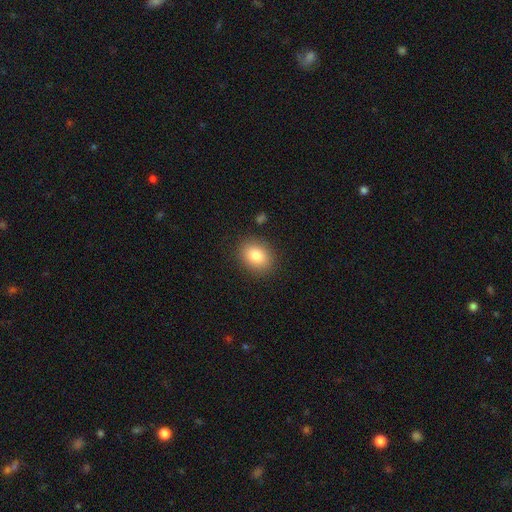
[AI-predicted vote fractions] Q: Smooth or featured?
A: smooth (82%); runner-up: star or artifact (9%)
Q: How rounded?
A: in between (50%); runner-up: round (49%)
Q: Merging?
A: none (87%); runner-up: minor disturbance (9%)